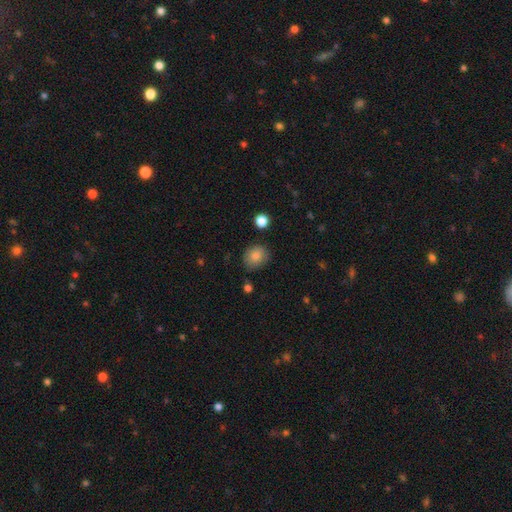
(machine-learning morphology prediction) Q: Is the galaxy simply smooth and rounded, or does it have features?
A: smooth — 84%.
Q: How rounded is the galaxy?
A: round — 60%.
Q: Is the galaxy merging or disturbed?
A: none — 77%.